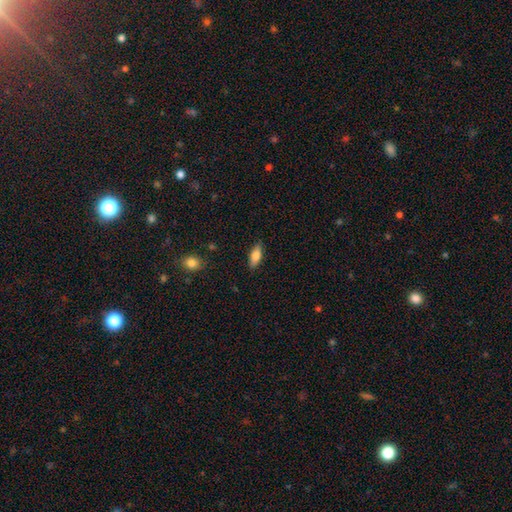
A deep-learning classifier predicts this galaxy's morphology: smooth 76%, featured or disk 17%, star or artifact 7%. Down the decision tree: how rounded — in between (71%); merging — none (86%).